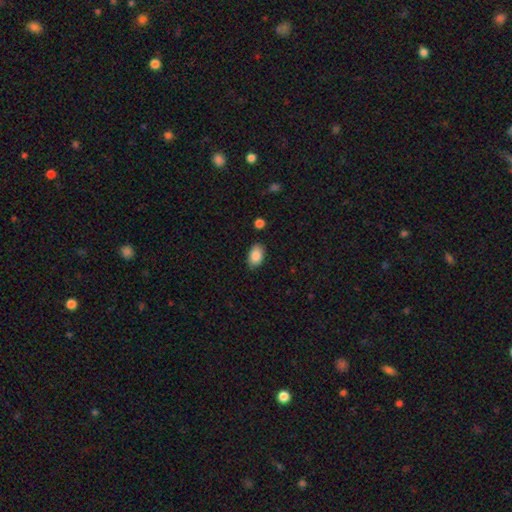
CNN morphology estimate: A smooth galaxy with no disk features (88%) that is in between round and cigar-shaped (90%). Merging: none (83%).